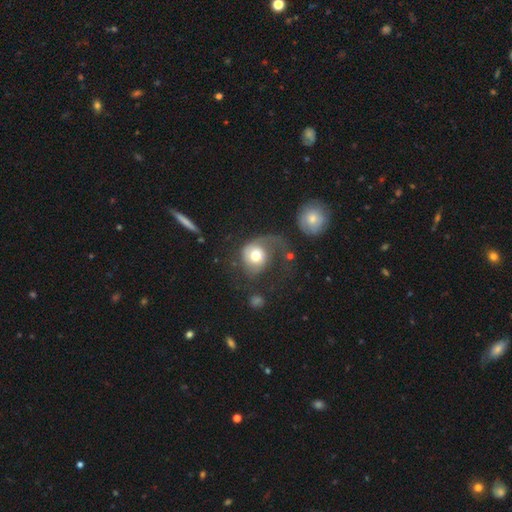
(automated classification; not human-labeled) Morphology: type=featured or disk (48%); merging=major disturbance (52%).